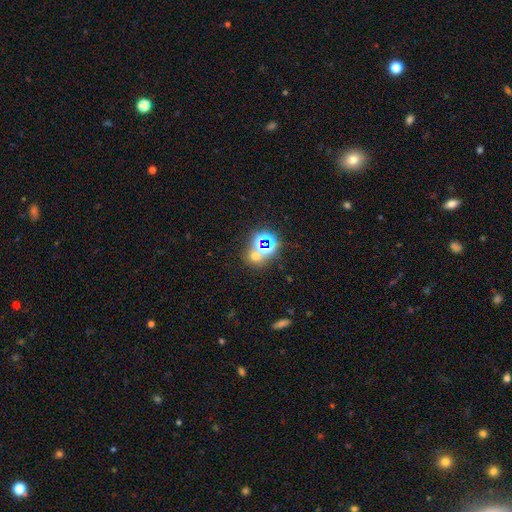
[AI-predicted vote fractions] This is possibly a star or artifact rather than a galaxy (53%).